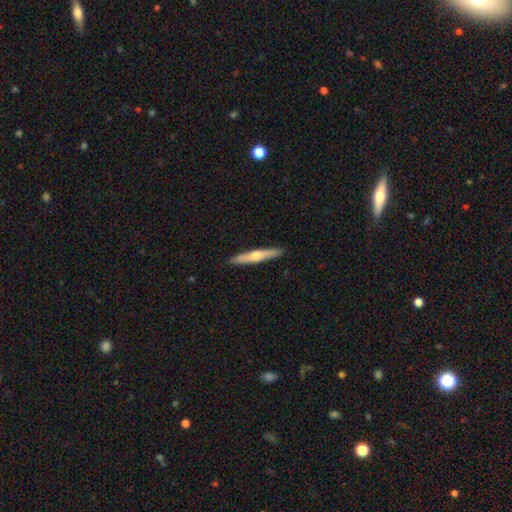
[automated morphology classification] A featured or disk galaxy (49%). Merging: none (91%).